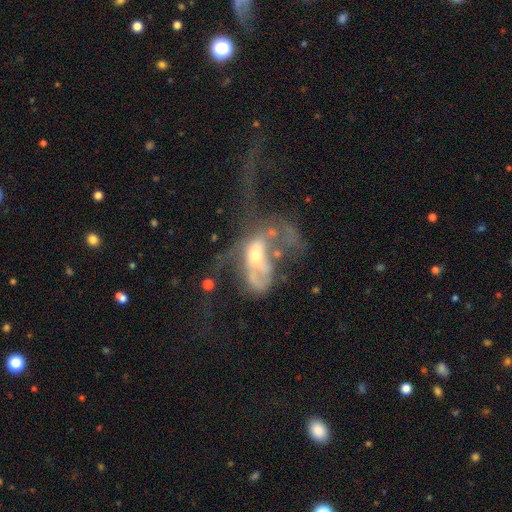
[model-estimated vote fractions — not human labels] This appears to be a featured or disk galaxy (67%) with no bar (67%), no spiral arms (60%) and a moderate central bulge (59%). Merging: major disturbance (56%).